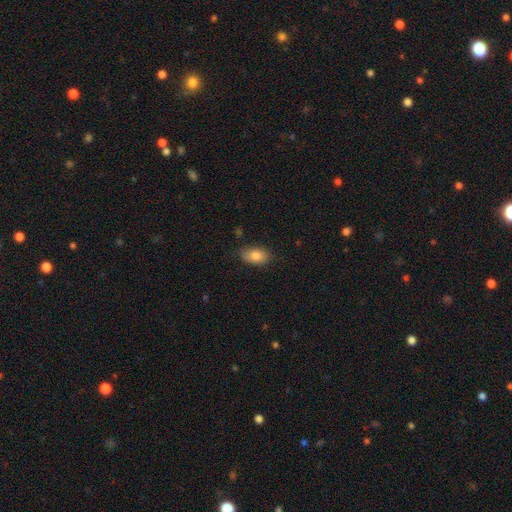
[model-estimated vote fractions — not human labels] A smooth galaxy with no disk features (83%) that is in between round and cigar-shaped (89%). Merging: none (78%).